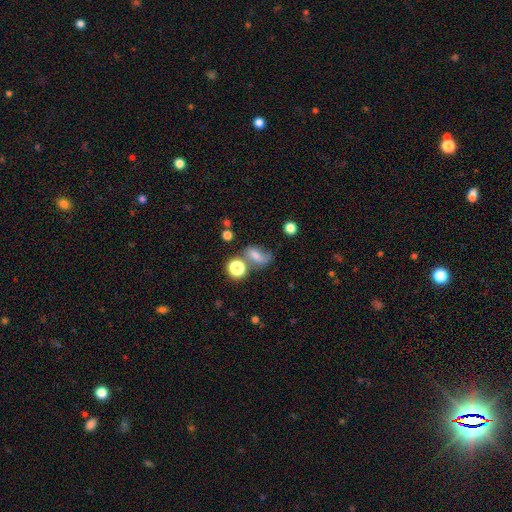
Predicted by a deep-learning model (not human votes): smooth-or-featured: smooth: 59% | featured or disk: 23% | star or artifact: 18%
  how-rounded: in between: 68% | round: 26% | cigar-shaped: 6%
  merging: none: 38% | minor disturbance: 22% | merger: 20% | major disturbance: 19%